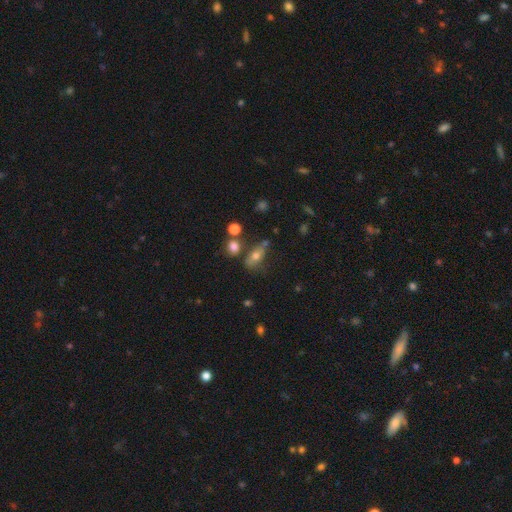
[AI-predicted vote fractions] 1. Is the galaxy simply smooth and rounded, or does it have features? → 67% smooth, 21% featured or disk, 12% star or artifact.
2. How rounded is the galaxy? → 74% in between, 13% round, 13% cigar-shaped.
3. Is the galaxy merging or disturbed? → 55% none, 21% minor disturbance, 14% merger, 10% major disturbance.